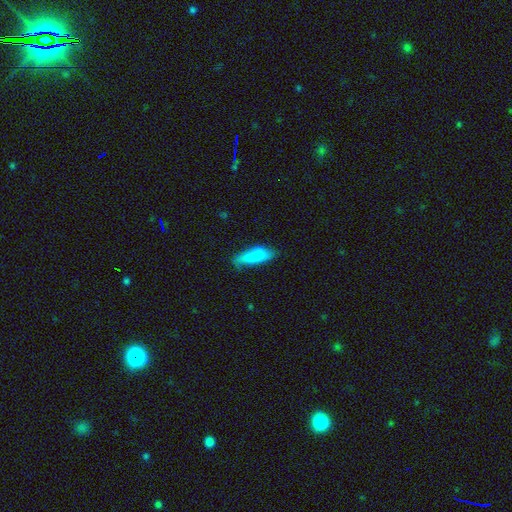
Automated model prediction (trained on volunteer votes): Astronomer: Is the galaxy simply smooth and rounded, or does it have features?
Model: smooth — 79%.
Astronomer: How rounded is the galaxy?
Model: in between — 54% (runner-up: cigar-shaped, 44%).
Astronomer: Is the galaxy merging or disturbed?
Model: none — 50% (runner-up: minor disturbance, 32%).